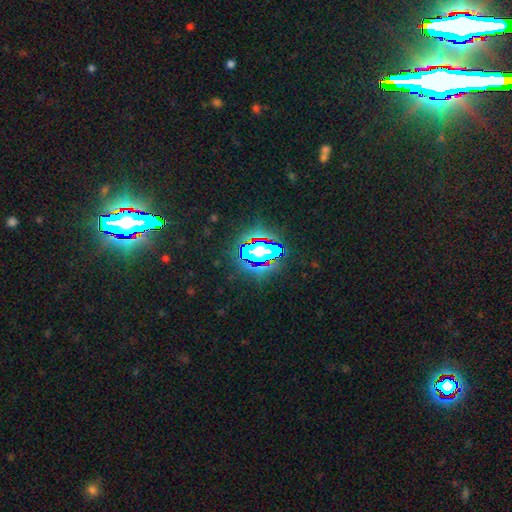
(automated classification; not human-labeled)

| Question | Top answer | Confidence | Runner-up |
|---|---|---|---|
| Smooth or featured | star or artifact | 84% | smooth (9%) |